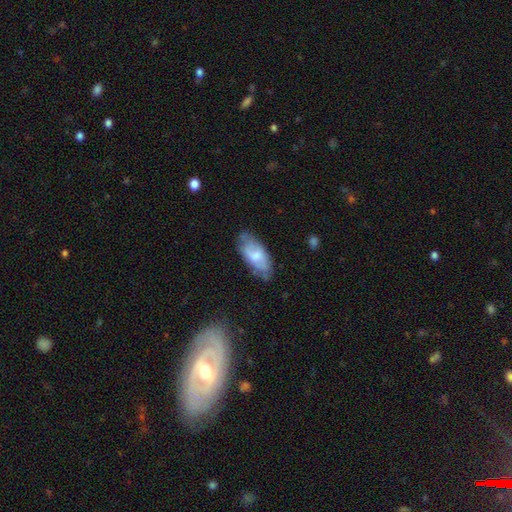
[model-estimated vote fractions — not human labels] smooth_or_featured: smooth (p=0.62) [alt: featured or disk p=0.32]
how_rounded: in between (p=0.89) [alt: cigar-shaped p=0.09]
merging: none (p=0.64) [alt: minor disturbance p=0.27]